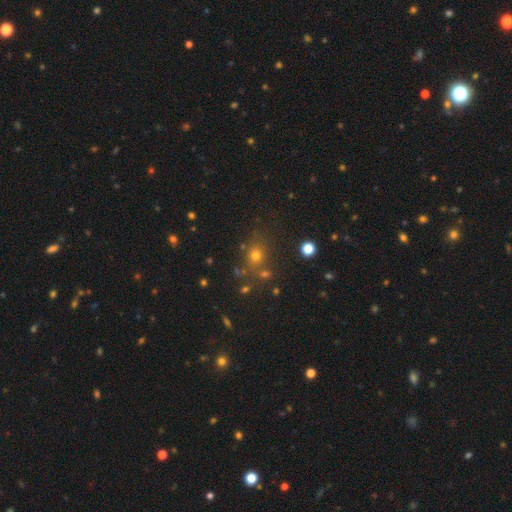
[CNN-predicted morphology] Smooth or featured? Predicted: smooth (p=0.64). How rounded? Predicted: round (p=0.74). Merging? Predicted: none (p=0.73).